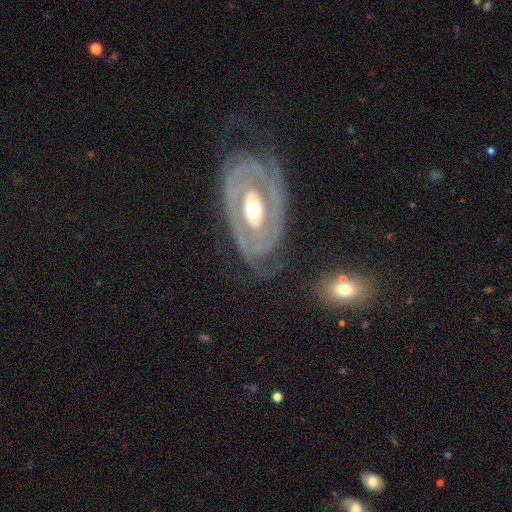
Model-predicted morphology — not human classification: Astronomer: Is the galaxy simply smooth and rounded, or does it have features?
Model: featured or disk — 84%.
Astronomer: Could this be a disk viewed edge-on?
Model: no — 93%.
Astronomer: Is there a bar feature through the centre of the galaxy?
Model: no — 46% (runner-up: weak, 30%).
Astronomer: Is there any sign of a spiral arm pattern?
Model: yes — 73%.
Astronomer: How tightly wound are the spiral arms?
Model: tight — 69%.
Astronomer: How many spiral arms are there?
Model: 2 — 46% (runner-up: can't tell, 31%).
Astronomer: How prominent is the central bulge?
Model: moderate — 73%.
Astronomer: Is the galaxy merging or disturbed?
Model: none — 69%.